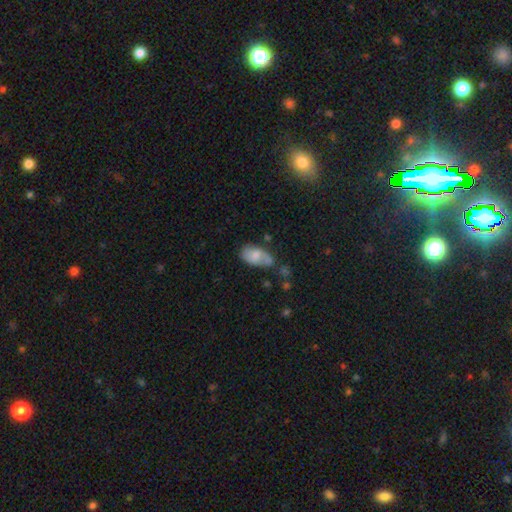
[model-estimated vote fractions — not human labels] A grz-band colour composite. It shows a smooth galaxy with no disk features (64%) that is in between round and cigar-shaped (92%). Merging: none (45%).